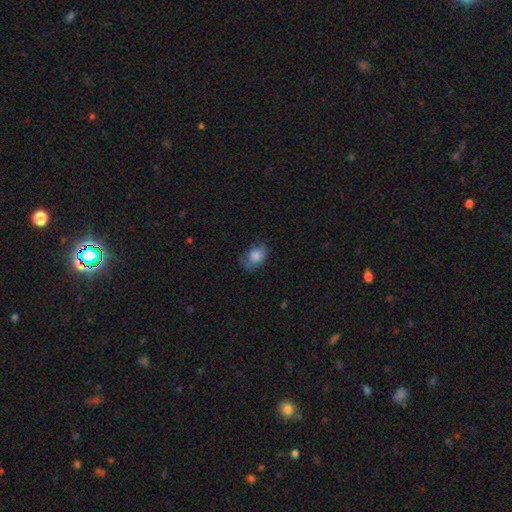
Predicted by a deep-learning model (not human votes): The model was most divided on "merging": none: 49%, minor disturbance: 32%, major disturbance: 18%, merger: 2%. More confident: smooth or featured — smooth (74%); how rounded — in between (72%).